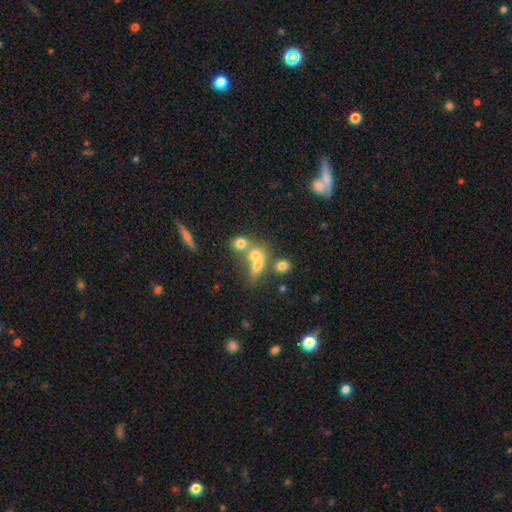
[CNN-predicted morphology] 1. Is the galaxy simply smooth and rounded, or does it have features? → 61% smooth, 23% featured or disk, 16% star or artifact.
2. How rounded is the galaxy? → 51% round, 43% in between, 6% cigar-shaped.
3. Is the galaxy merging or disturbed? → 58% merger, 27% none, 8% minor disturbance, 7% major disturbance.